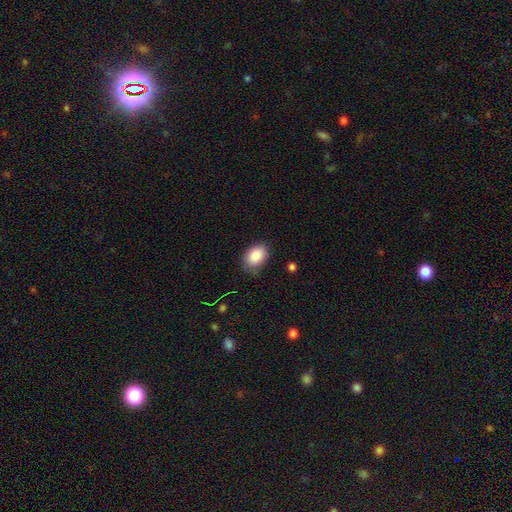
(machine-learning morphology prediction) Smooth or featured? Predicted: smooth (p=0.87). How rounded? Predicted: in between (p=0.82). Merging? Predicted: none (p=0.75).